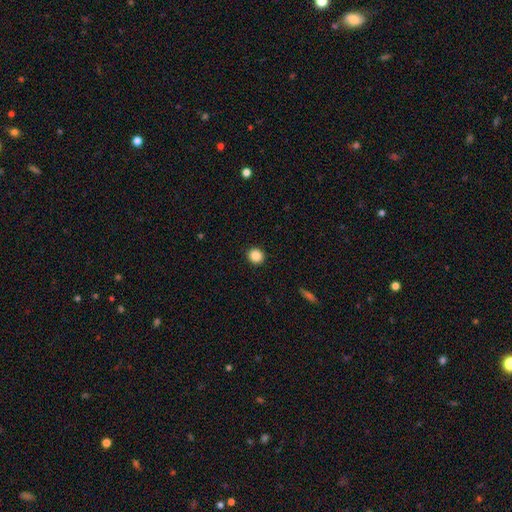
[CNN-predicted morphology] This appears to be a smooth galaxy with no disk features (87%) that is round (89%). Merging: none (93%).